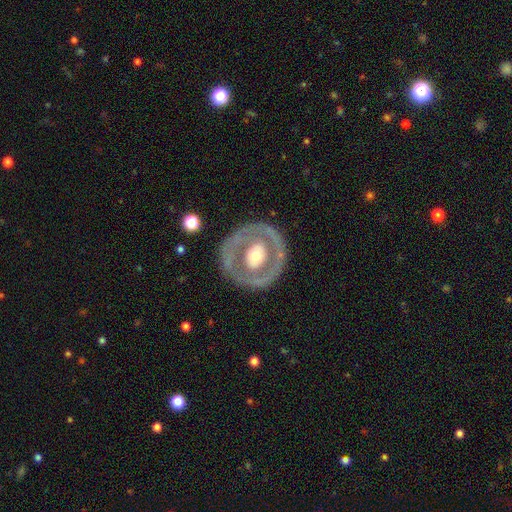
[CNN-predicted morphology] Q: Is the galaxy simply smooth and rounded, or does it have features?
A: featured or disk — 64%.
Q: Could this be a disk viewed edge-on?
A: no — 95%.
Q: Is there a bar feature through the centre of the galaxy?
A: no — 77%.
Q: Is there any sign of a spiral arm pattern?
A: no — 84%.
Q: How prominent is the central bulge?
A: moderate — 66%.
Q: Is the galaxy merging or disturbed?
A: none — 80%.